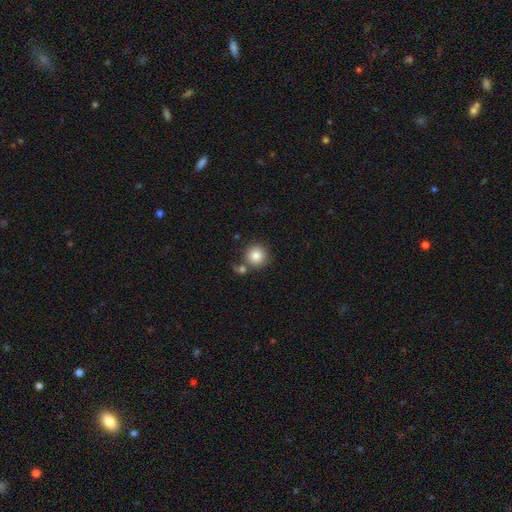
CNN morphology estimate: Smooth or featured? smooth (83%)
How rounded? round (94%)
Merging? none (71%)